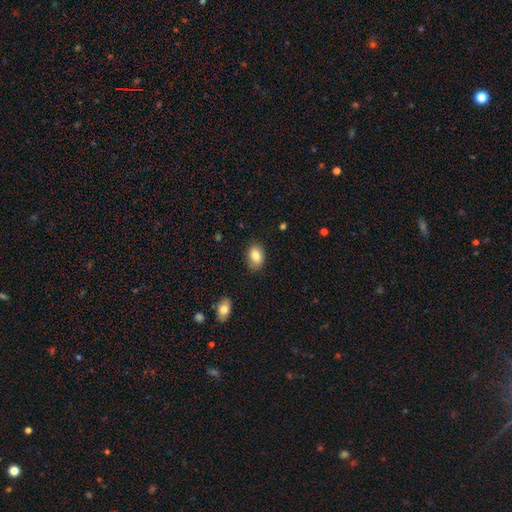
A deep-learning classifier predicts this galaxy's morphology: Smooth or featured? smooth (83%)
How rounded? in between (85%)
Merging? none (82%)